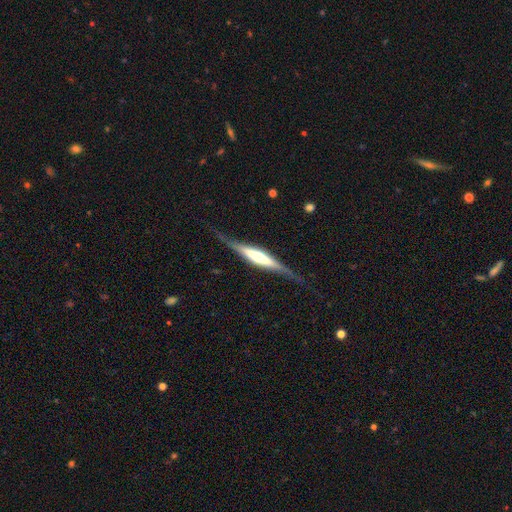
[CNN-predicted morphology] This is likely a featured or disk galaxy (76%). It is clearly viewed edge-on (92%). Edge-on bulge: possibly rounded (54%). Merging: likely none (73%).